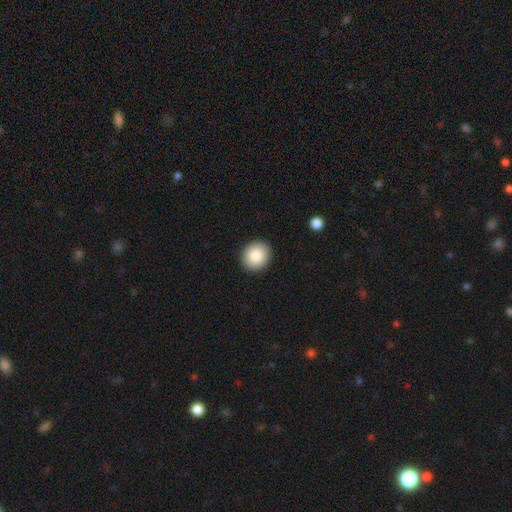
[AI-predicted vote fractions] A smooth galaxy with no disk features (85%) that is round (80%).

Vote fractions:
- Smooth or featured? smooth: 85% / star or artifact: 8% / featured or disk: 7%
- How rounded? round: 80% / in between: 19% / cigar-shaped: 1%
- Merging? none: 92% / minor disturbance: 6% / major disturbance: 2% / merger: 1%